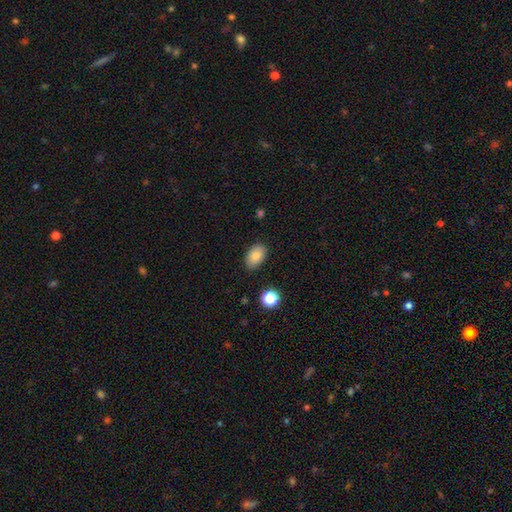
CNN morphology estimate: smooth 85%, star or artifact 8%, featured or disk 7%. Down the decision tree: how rounded — in between (89%); merging — none (85%).